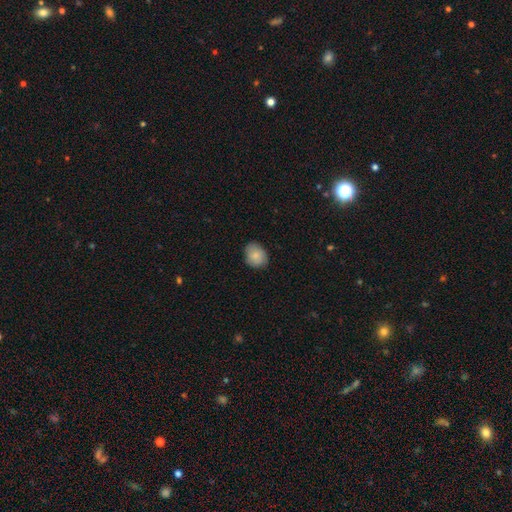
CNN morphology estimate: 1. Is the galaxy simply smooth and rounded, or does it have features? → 83% smooth, 10% featured or disk, 7% star or artifact.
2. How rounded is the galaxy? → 51% in between, 49% round, 1% cigar-shaped.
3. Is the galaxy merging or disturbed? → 80% none, 16% minor disturbance, 3% major disturbance, 1% merger.